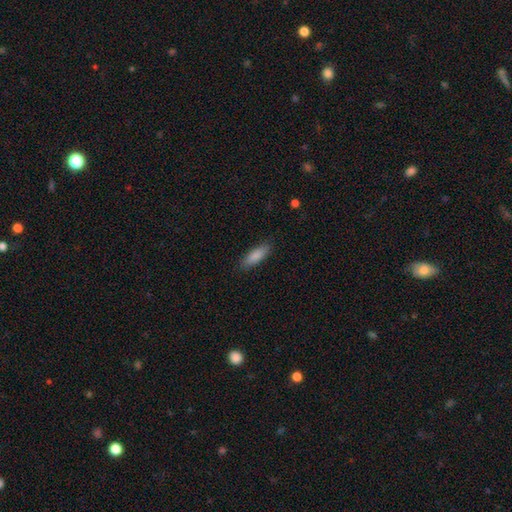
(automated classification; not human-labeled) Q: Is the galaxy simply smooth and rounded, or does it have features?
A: smooth — 86%.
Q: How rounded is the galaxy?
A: in between — 51%.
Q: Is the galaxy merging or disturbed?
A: none — 87%.